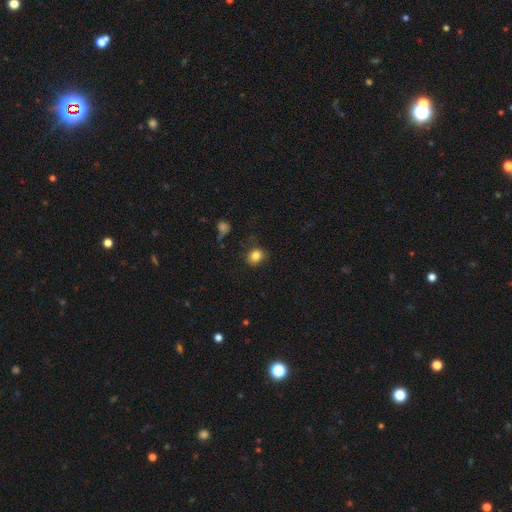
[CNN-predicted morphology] A smooth galaxy with no disk features (83%) that is round (67%).

Vote fractions:
- Smooth or featured? smooth: 83% / star or artifact: 11% / featured or disk: 6%
- How rounded? round: 67% / in between: 32% / cigar-shaped: 1%
- Merging? none: 77% / minor disturbance: 16% / major disturbance: 5% / merger: 2%